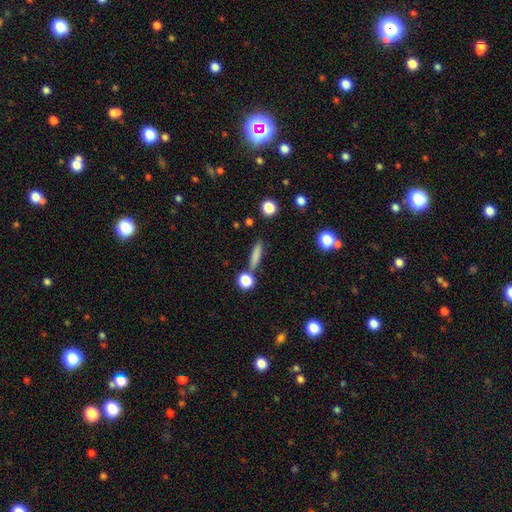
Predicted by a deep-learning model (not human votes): The model was most divided on "how rounded": cigar-shaped: 75%, in between: 19%, round: 6%. More confident: smooth or featured — smooth (79%); merging — none (76%).